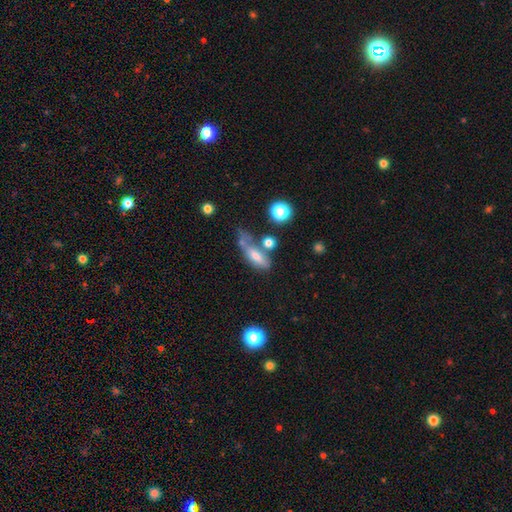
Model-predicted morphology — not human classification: Smooth or featured: smooth — 61% (featured or disk — 28%)
How rounded: in between — 63% (cigar-shaped — 30%)
Merging: none — 33% (merger — 25%)